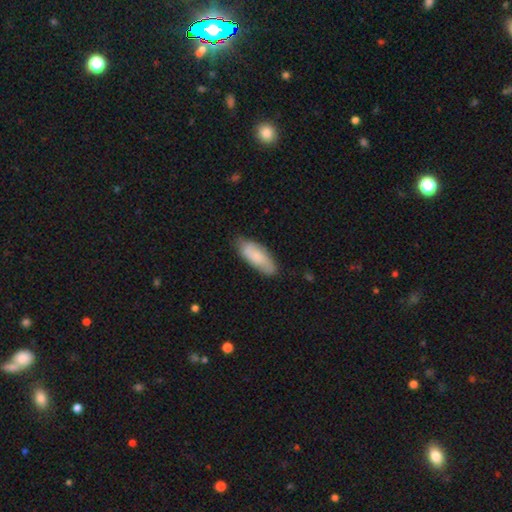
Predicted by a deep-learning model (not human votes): smooth-or-featured: smooth: 72% | featured or disk: 22% | star or artifact: 6%
  how-rounded: in between: 74% | cigar-shaped: 25% | round: 2%
  merging: none: 78% | minor disturbance: 18% | major disturbance: 3% | merger: 1%